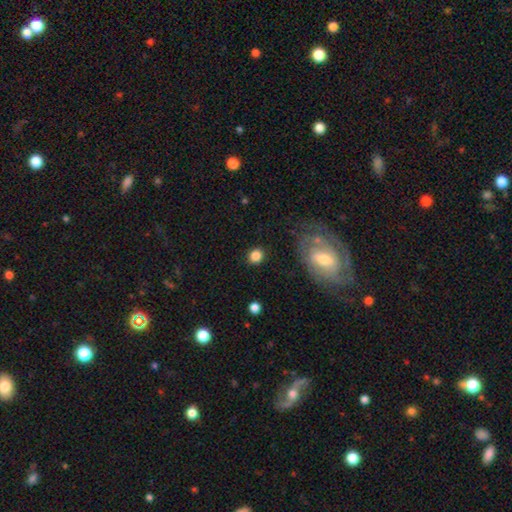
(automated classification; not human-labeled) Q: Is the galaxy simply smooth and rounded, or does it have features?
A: smooth — 85%.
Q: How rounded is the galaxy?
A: round — 70%.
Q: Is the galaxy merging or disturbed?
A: none — 87%.